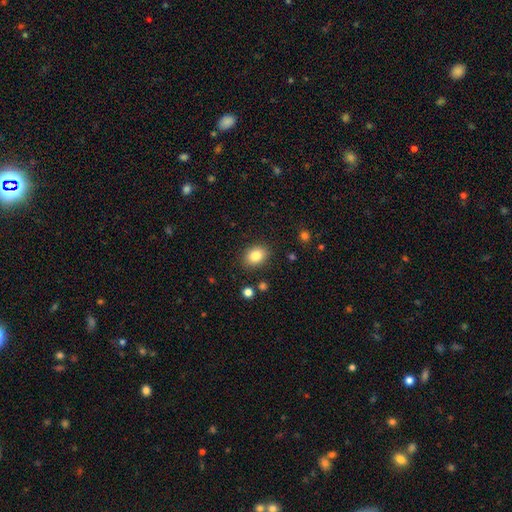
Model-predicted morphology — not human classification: This appears to be a smooth galaxy with no disk features (83%) that is in between round and cigar-shaped (63%). Merging: none (86%).